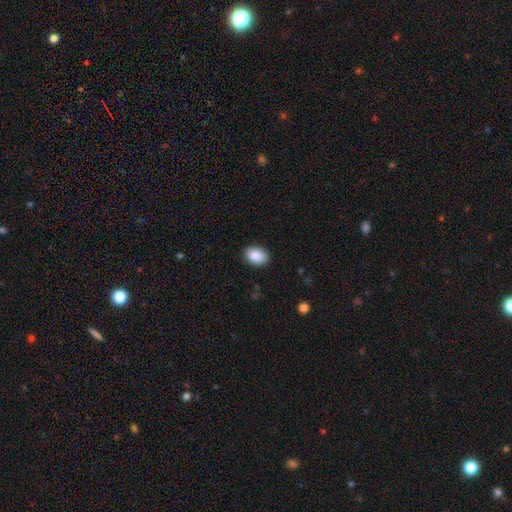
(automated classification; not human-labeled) Smooth or featured: smooth — 90% (star or artifact — 7%)
How rounded: in between — 79% (round — 21%)
Merging: none — 88% (minor disturbance — 9%)